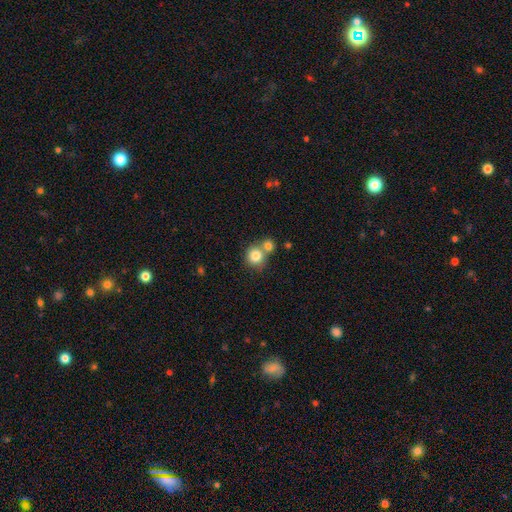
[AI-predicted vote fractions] A smooth galaxy with no disk features (81%) that is round (88%). Merging: none (49%).